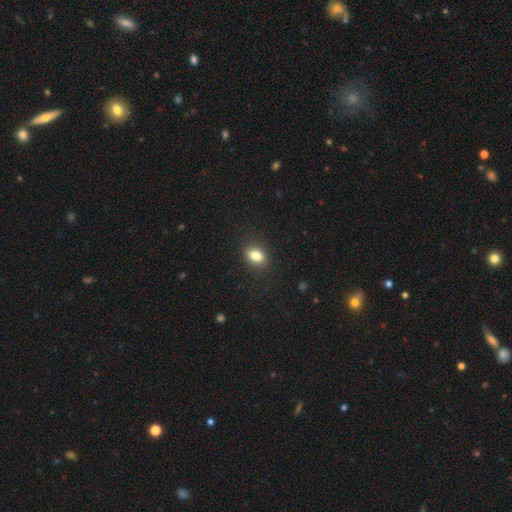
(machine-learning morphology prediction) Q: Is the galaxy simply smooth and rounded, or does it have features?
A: smooth — 83%.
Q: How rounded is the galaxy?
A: in between — 77%.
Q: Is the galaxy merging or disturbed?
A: none — 86%.